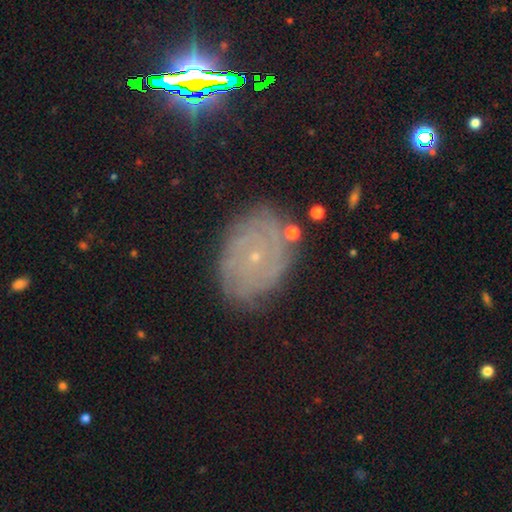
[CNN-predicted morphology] Overall: featured or disk (66%). Edge-on disk: no (95%). Bar: no (81%). Spiral arms: yes (89%). Spiral arm count: can't tell (45%; 2 16%). Spiral winding: tight (76%). Bulge size: small (88%). Merging: none (82%).